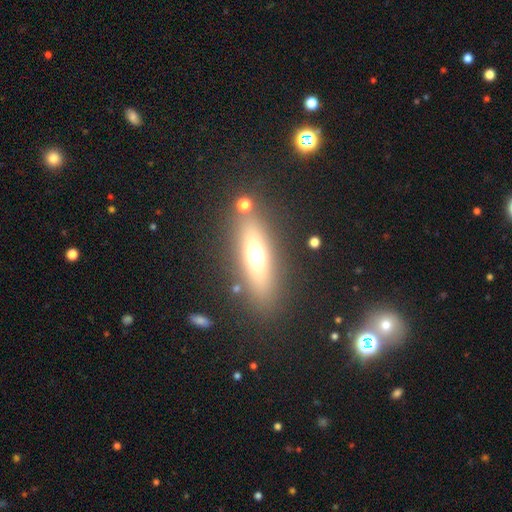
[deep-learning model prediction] Morphology: type=smooth (48%); merging=none (82%).